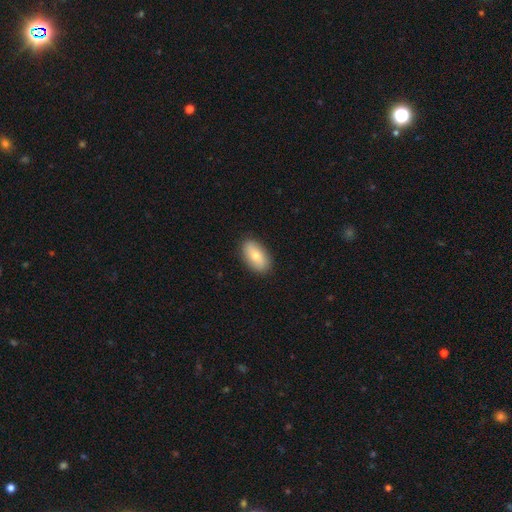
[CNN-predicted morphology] Smooth or featured? Predicted: smooth (p=0.75). How rounded? Predicted: in between (p=0.92). Merging? Predicted: none (p=0.89).